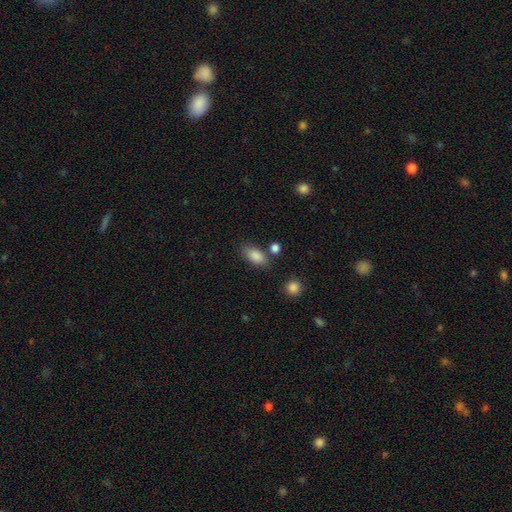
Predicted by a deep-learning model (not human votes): The model was most divided on "merging": none: 74%, minor disturbance: 14%, merger: 8%, major disturbance: 4%. More confident: how rounded — in between (89%); smooth or featured — smooth (87%).